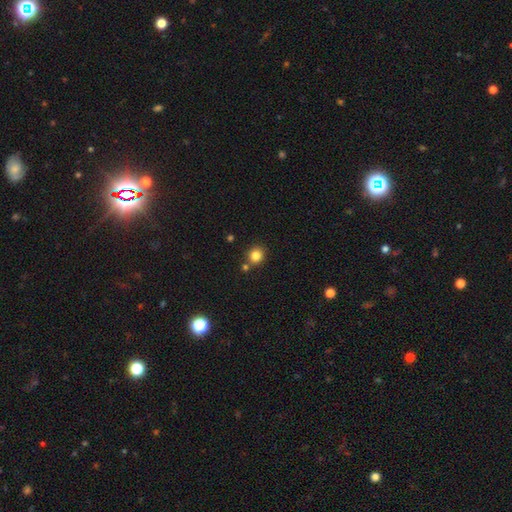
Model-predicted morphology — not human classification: Smooth or featured? smooth (83%)
How rounded? round (87%)
Merging? none (79%)